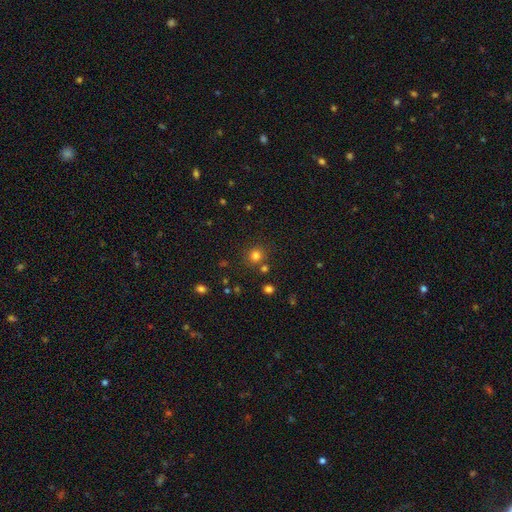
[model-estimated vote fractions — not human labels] Smooth or featured?
  - smooth: 79% *
  - star or artifact: 16%
  - featured or disk: 6%
How rounded?
  - round: 89% *
  - in between: 10%
  - cigar-shaped: 1%
Merging?
  - none: 79% *
  - merger: 9%
  - minor disturbance: 9%
  - major disturbance: 3%